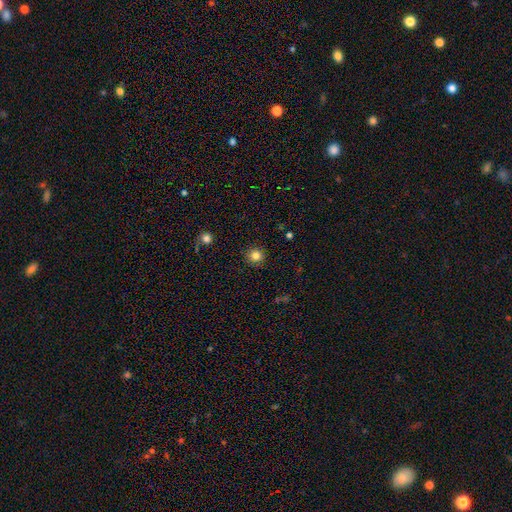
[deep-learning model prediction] A smooth galaxy with no disk features (82%) that is round (94%).

Vote fractions:
- Smooth or featured? smooth: 82% / star or artifact: 12% / featured or disk: 5%
- How rounded? round: 94% / in between: 5% / cigar-shaped: 1%
- Merging? none: 92% / minor disturbance: 5% / major disturbance: 2% / merger: 1%